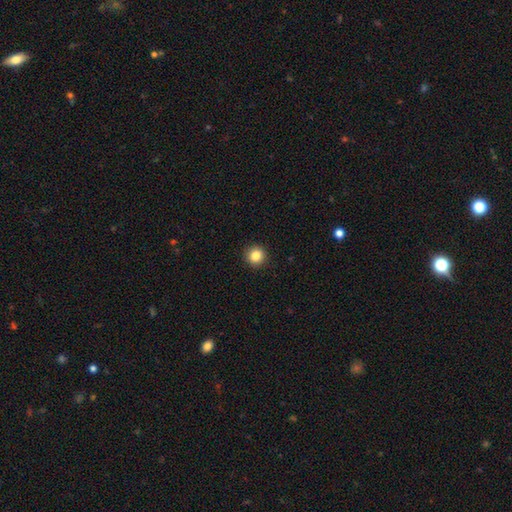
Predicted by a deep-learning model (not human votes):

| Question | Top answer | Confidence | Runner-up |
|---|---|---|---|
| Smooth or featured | smooth | 85% | star or artifact (11%) |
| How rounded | round | 94% | in between (5%) |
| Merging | none | 93% | minor disturbance (4%) |